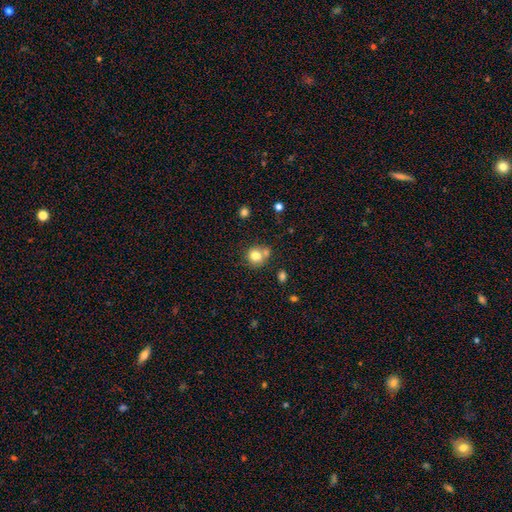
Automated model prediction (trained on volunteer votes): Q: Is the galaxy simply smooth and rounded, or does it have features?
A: smooth — 77%.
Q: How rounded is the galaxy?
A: round — 78%.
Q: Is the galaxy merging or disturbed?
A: none — 49%.